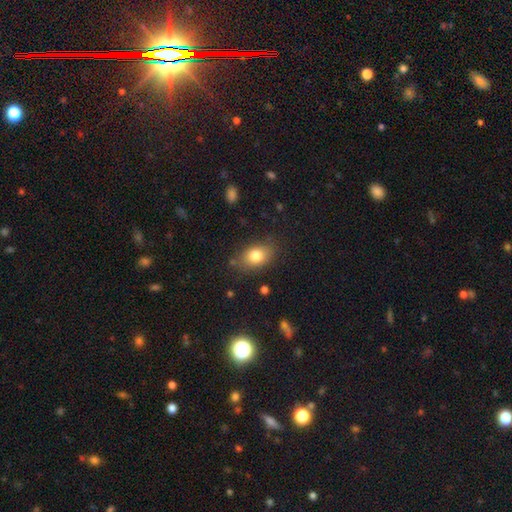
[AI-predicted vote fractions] A smooth galaxy with no disk features (80%) that is in between round and cigar-shaped (80%).

Vote fractions:
- Smooth or featured? smooth: 80% / featured or disk: 11% / star or artifact: 9%
- How rounded? in between: 80% / round: 19% / cigar-shaped: 2%
- Merging? none: 78% / minor disturbance: 15% / major disturbance: 4% / merger: 2%